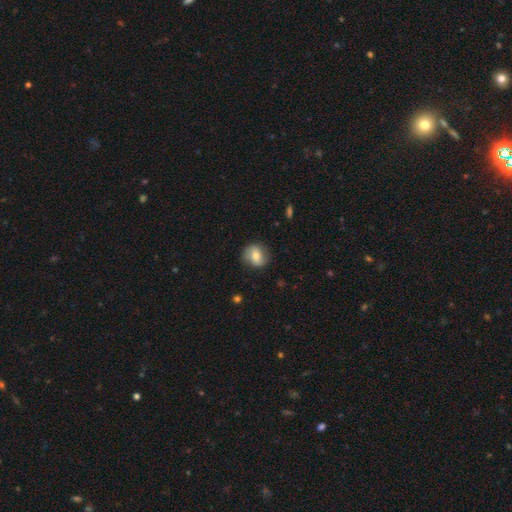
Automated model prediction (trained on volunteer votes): Smooth or featured?
  - smooth: 60% *
  - featured or disk: 32%
  - star or artifact: 8%
How rounded?
  - round: 71% *
  - in between: 27%
  - cigar-shaped: 1%
Merging?
  - none: 81% *
  - minor disturbance: 14%
  - major disturbance: 4%
  - merger: 1%